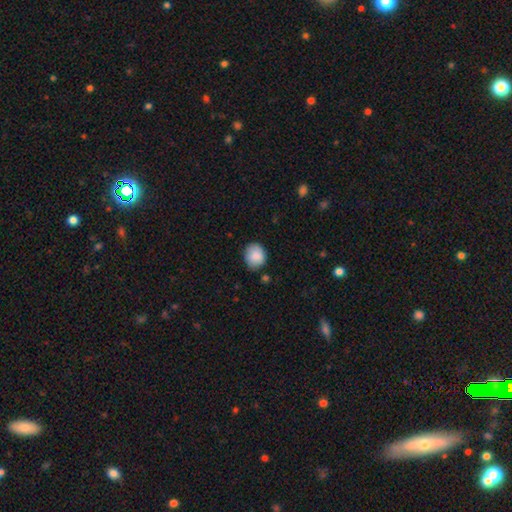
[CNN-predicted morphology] smooth 88%, star or artifact 7%, featured or disk 5%. Down the decision tree: how rounded — round (64%); merging — none (76%).